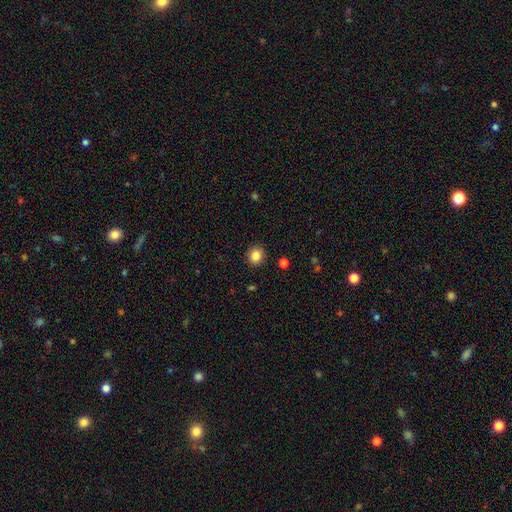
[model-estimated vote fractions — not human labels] A smooth galaxy with no disk features (85%) that is round (80%). Merging: none (91%).